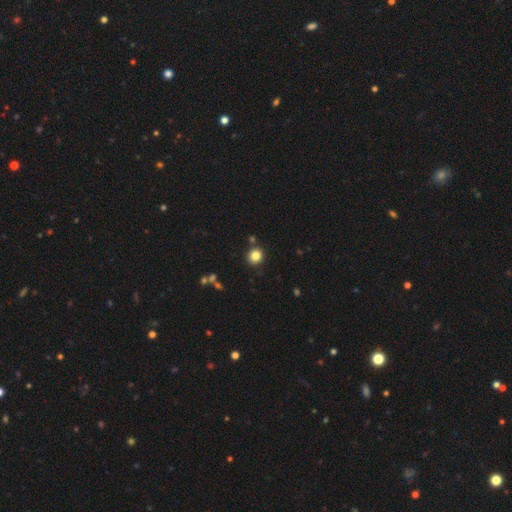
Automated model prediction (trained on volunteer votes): This is clearly a smooth galaxy (83%). How rounded: clearly round (88%). Merging: clearly none (85%).